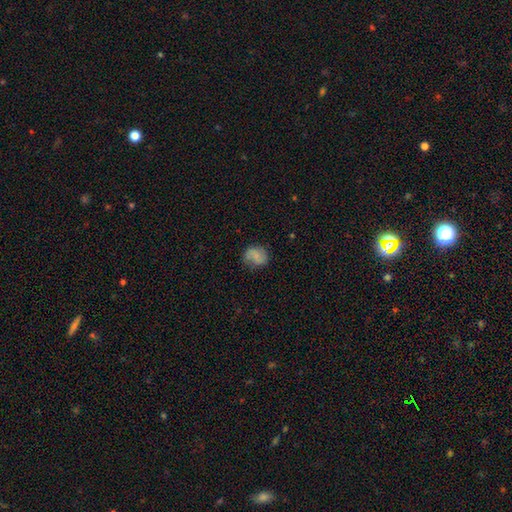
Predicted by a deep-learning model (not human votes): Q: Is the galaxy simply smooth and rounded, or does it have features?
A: smooth — 69%.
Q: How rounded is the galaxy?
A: round — 67%.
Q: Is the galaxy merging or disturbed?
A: none — 65%.